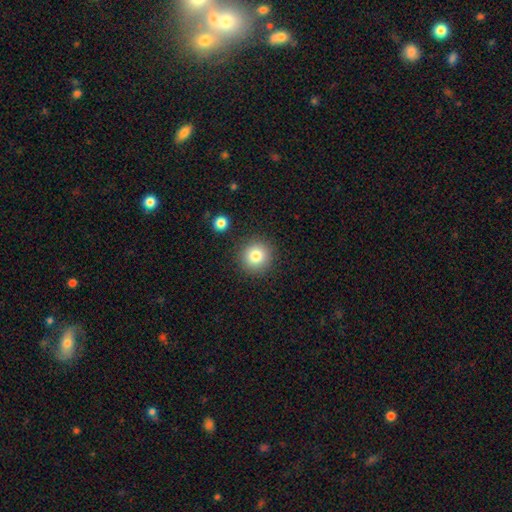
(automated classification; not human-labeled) Smooth or featured?
  - smooth: 81% *
  - star or artifact: 11%
  - featured or disk: 8%
How rounded?
  - round: 94% *
  - in between: 5%
  - cigar-shaped: 1%
Merging?
  - none: 88% *
  - minor disturbance: 6%
  - merger: 3%
  - major disturbance: 2%